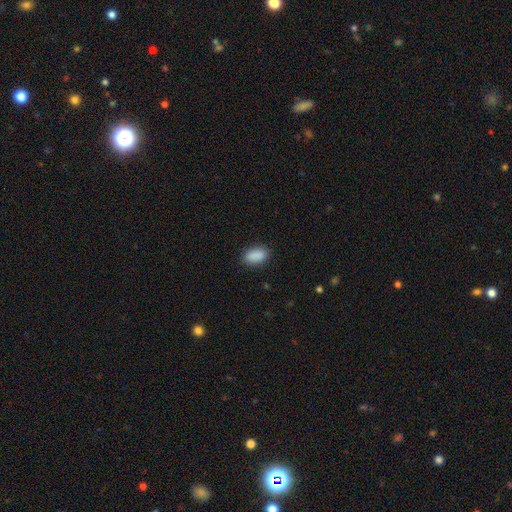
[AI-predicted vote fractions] Overall: smooth (90%). How rounded: in between (92%). Merging: none (87%).